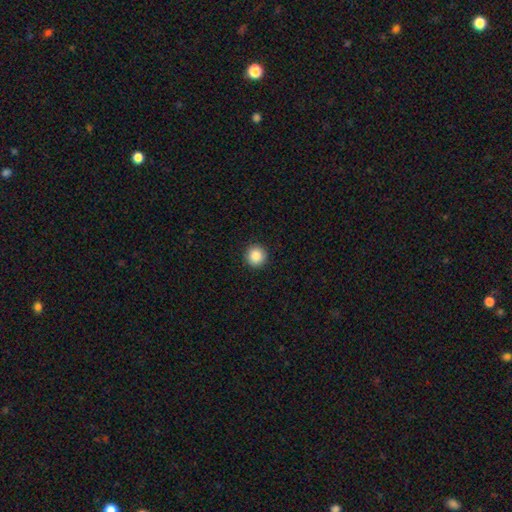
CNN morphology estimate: A smooth galaxy with no disk features (87%) that is round (94%).

Vote fractions:
- Smooth or featured? smooth: 87% / star or artifact: 9% / featured or disk: 4%
- How rounded? round: 94% / in between: 5% / cigar-shaped: 1%
- Merging? none: 92% / minor disturbance: 5% / major disturbance: 2% / merger: 1%